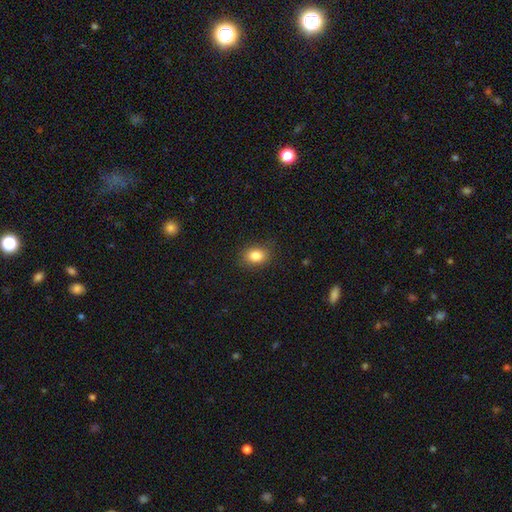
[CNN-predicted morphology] Overall: smooth (84%). How rounded: in between (66%; round 33%). Merging: none (85%).